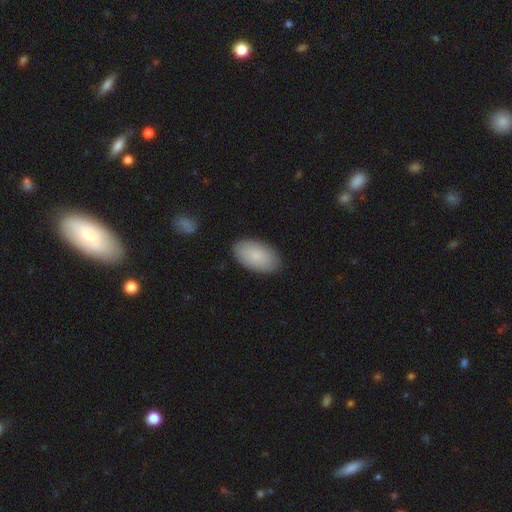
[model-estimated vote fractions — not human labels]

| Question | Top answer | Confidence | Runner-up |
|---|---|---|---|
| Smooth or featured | smooth | 84% | featured or disk (10%) |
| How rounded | in between | 95% | round (4%) |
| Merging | none | 87% | minor disturbance (10%) |